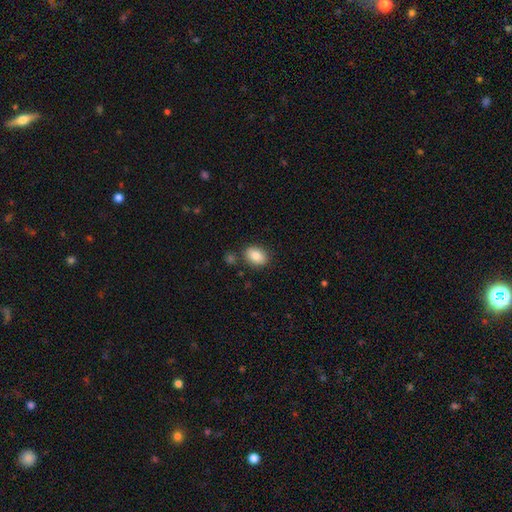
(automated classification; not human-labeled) Smooth or featured: smooth — 85% (star or artifact — 8%)
How rounded: in between — 76% (round — 23%)
Merging: none — 81% (minor disturbance — 11%)